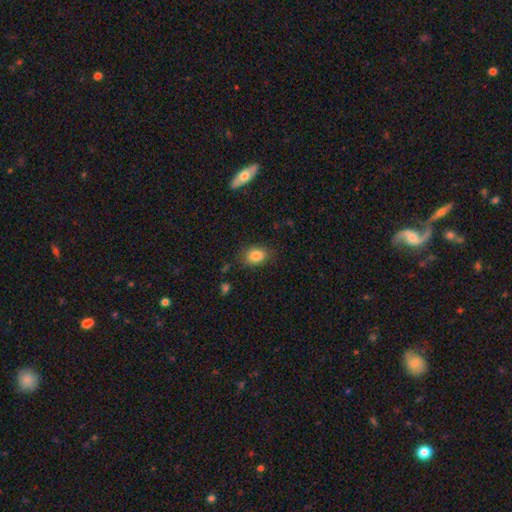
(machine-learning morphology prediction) Smooth or featured? smooth (84%)
How rounded? in between (72%)
Merging? none (79%)